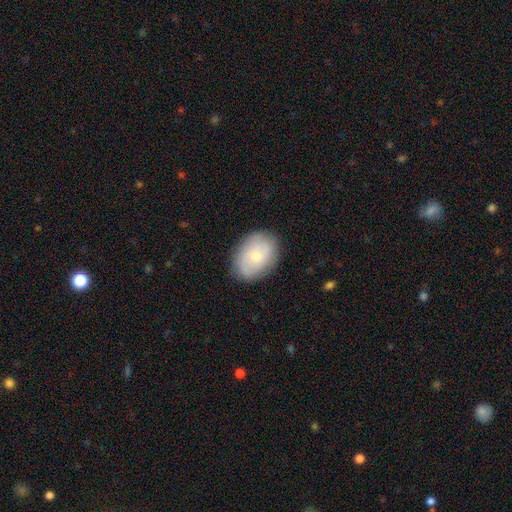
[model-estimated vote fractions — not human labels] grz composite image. It shows a smooth galaxy with no disk features (59%) that is in between round and cigar-shaped (72%). Merging: none (83%).